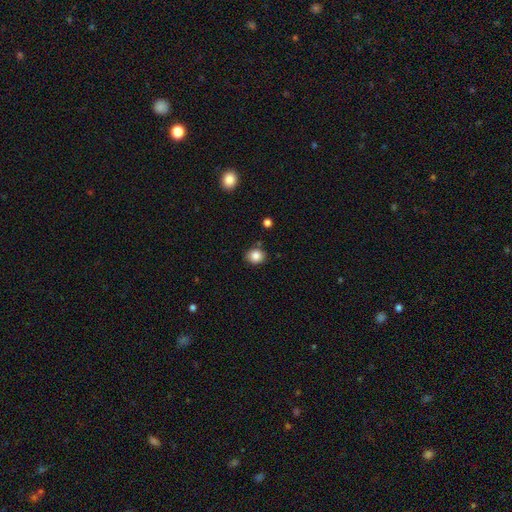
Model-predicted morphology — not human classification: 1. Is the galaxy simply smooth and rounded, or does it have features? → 85% smooth, 10% star or artifact, 5% featured or disk.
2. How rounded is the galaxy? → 71% round, 28% in between, 1% cigar-shaped.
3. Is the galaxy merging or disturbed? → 82% none, 12% minor disturbance, 4% merger, 2% major disturbance.